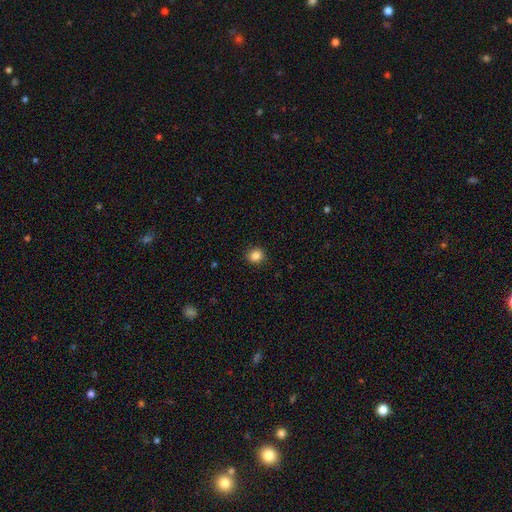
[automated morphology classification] smooth_or_featured: smooth (p=0.86) [alt: star or artifact p=0.11]
how_rounded: round (p=0.87) [alt: in between p=0.12]
merging: none (p=0.90) [alt: minor disturbance p=0.07]